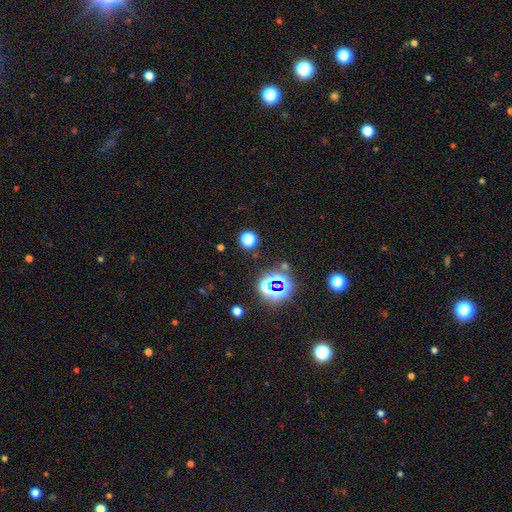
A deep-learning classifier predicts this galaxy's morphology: Q: Smooth or featured?
A: star or artifact (71%); runner-up: smooth (20%)